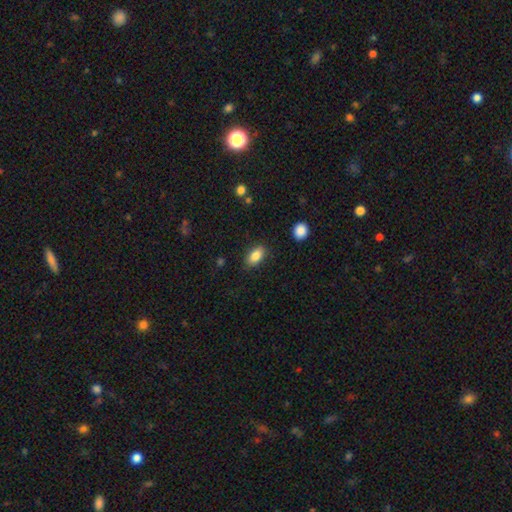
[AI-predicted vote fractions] Smooth or featured: smooth — 85% (star or artifact — 8%)
How rounded: in between — 90% (round — 6%)
Merging: none — 85% (minor disturbance — 10%)